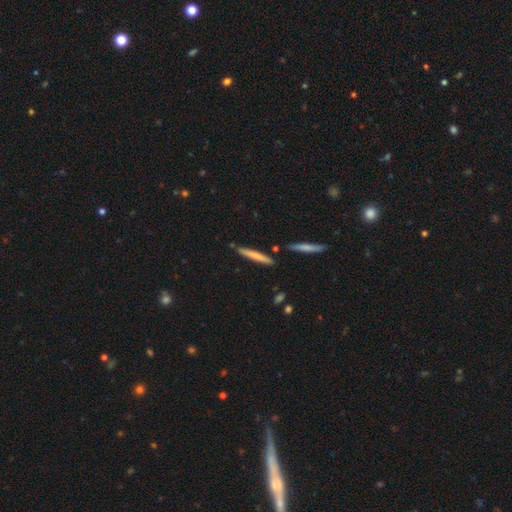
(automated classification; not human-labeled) Smooth or featured? smooth (68%)
How rounded? cigar-shaped (95%)
Merging? none (85%)